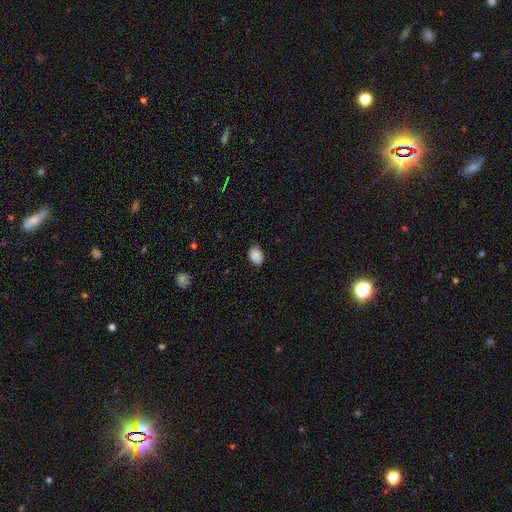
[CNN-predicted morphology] This appears to be a smooth galaxy with no disk features (89%) that is in between round and cigar-shaped (73%). Merging: none (84%).